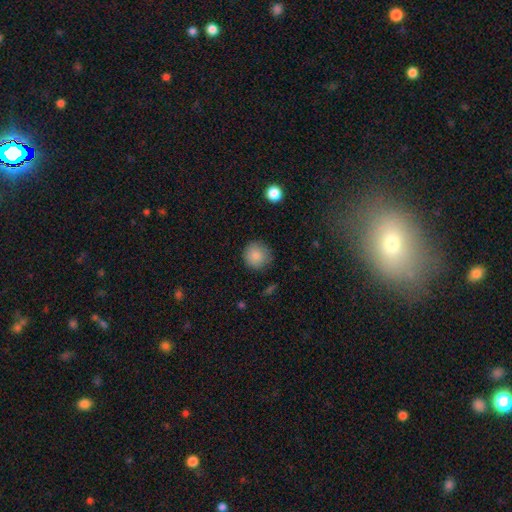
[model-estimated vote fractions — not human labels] Overall: smooth (87%). How rounded: round (94%). Merging: none (85%).